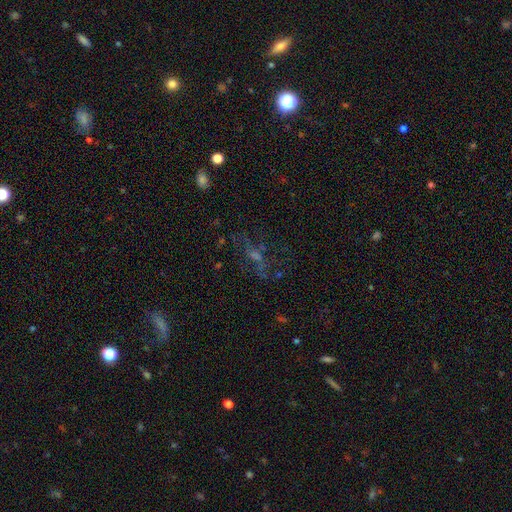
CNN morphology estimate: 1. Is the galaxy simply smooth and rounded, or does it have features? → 42% star or artifact, 35% featured or disk, 23% smooth.